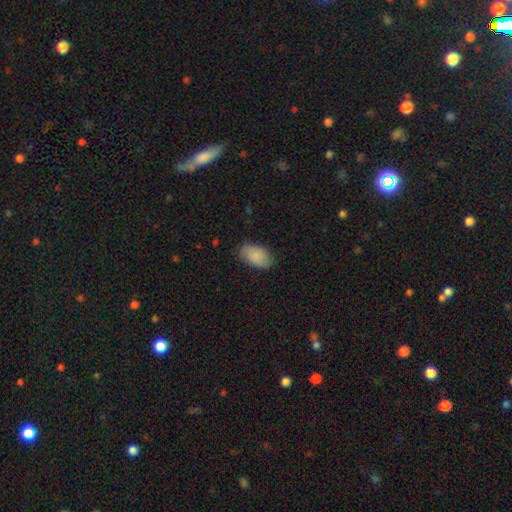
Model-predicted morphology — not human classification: Smooth or featured?
  - smooth: 84% *
  - featured or disk: 10%
  - star or artifact: 6%
How rounded?
  - in between: 94% *
  - round: 5%
  - cigar-shaped: 1%
Merging?
  - none: 81% *
  - minor disturbance: 15%
  - major disturbance: 3%
  - merger: 1%